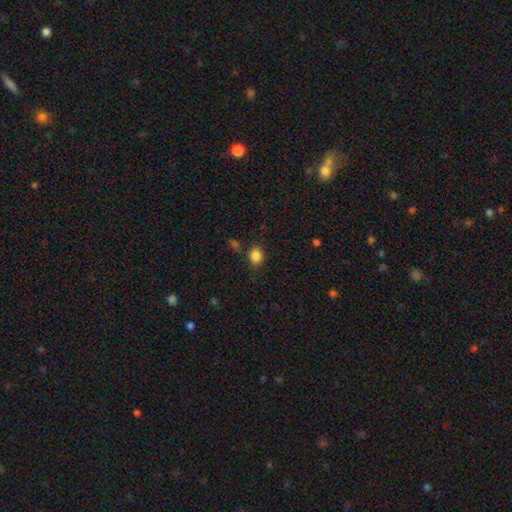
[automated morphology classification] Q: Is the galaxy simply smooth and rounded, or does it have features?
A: smooth — 85%.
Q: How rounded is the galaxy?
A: round — 62%.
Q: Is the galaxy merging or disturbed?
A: none — 81%.